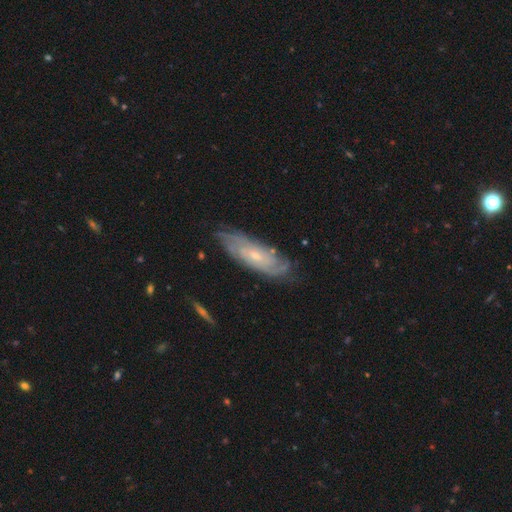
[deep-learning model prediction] The model was most divided on "spiral arm count": can't tell: 55%, 2: 16%, 3: 11%, 4: 9%, more than 4: 5%, 1: 4%. More confident: spiral arms — yes (91%); edge-on disk — no (85%); smooth or featured — featured or disk (75%); merging — none (74%); bar — no (71%); bulge size — small (69%); spiral winding — tight (67%).